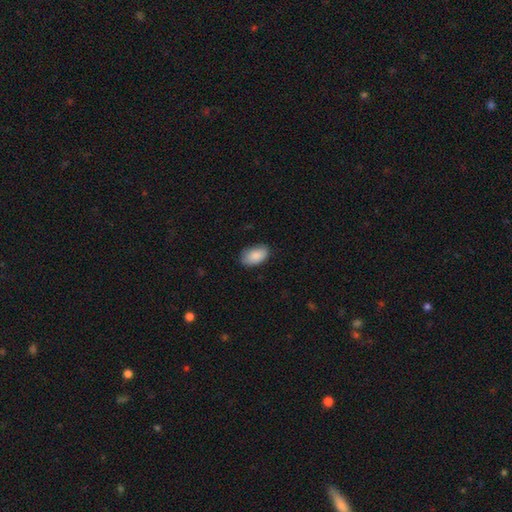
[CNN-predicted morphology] Overall: smooth (88%). How rounded: in between (93%). Merging: none (79%).